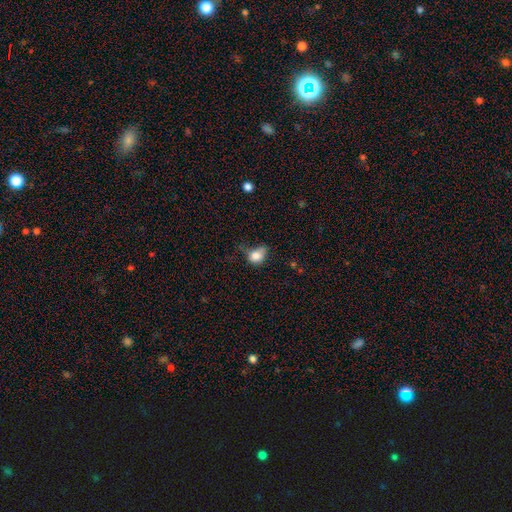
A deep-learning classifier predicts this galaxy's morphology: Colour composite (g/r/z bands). It shows a smooth galaxy with no disk features (78%) that is in between round and cigar-shaped (51%). Merging: minor disturbance (37%).